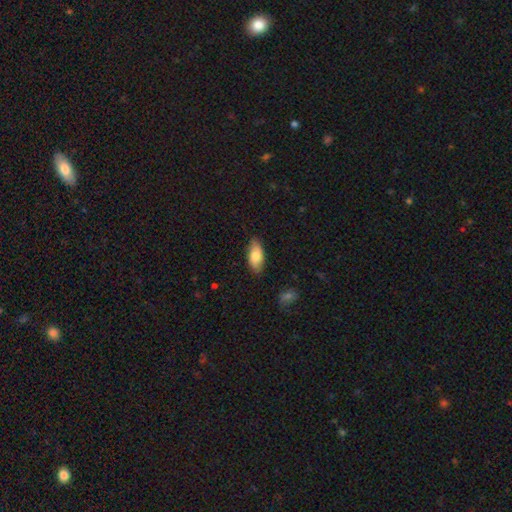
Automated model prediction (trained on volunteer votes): smooth_or_featured: smooth (p=0.80) [alt: featured or disk p=0.14]
how_rounded: in between (p=0.89) [alt: cigar-shaped p=0.08]
merging: none (p=0.82) [alt: minor disturbance p=0.14]